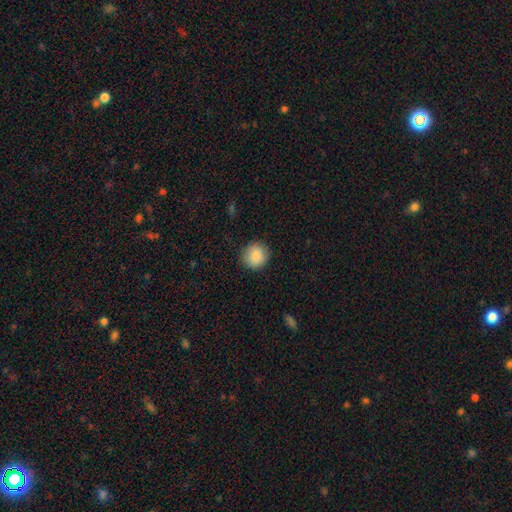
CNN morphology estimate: smooth_or_featured: smooth (p=0.88) [alt: star or artifact p=0.08]
how_rounded: round (p=0.91) [alt: in between p=0.08]
merging: none (p=0.88) [alt: minor disturbance p=0.08]